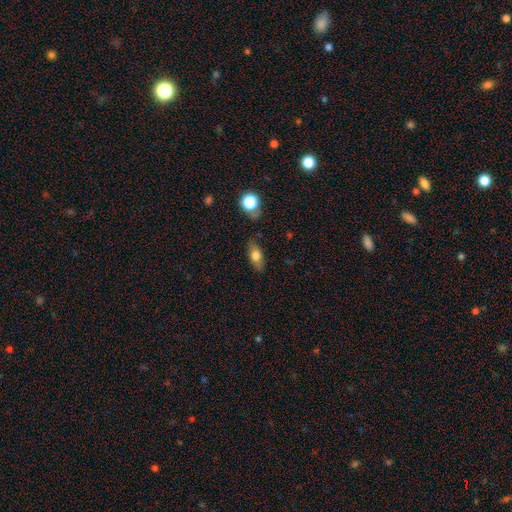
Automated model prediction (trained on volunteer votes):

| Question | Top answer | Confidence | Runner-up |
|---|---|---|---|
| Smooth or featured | smooth | 70% | featured or disk (21%) |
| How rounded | in between | 78% | cigar-shaped (15%) |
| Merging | none | 79% | minor disturbance (15%) |